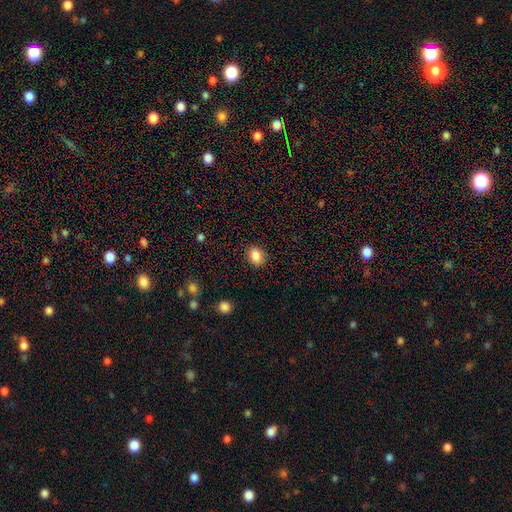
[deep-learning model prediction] Morphology: type=smooth (86%); roundness=in between (57%); merging=none (86%).